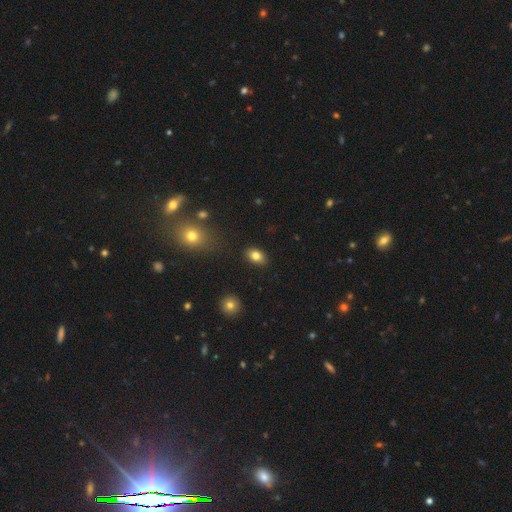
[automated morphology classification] This appears to be a smooth galaxy with no disk features (82%) that is in between round and cigar-shaped (85%). Merging: none (87%).